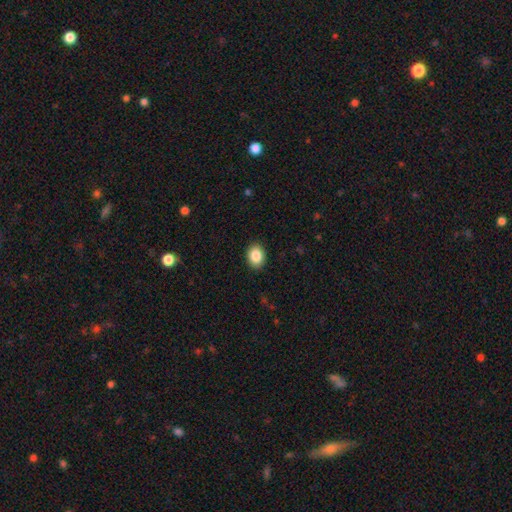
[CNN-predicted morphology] smooth-or-featured: smooth: 87% | star or artifact: 8% | featured or disk: 5%
  how-rounded: in between: 62% | round: 37% | cigar-shaped: 1%
  merging: none: 90% | minor disturbance: 7% | major disturbance: 2% | merger: 1%